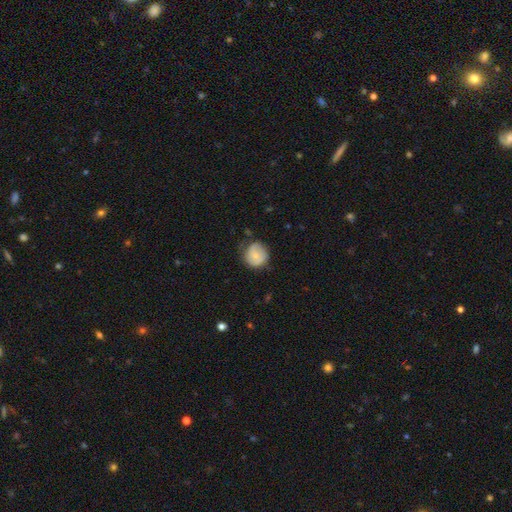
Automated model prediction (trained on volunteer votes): smooth-or-featured: smooth: 61% | featured or disk: 32% | star or artifact: 7%
  how-rounded: round: 84% | in between: 15% | cigar-shaped: 1%
  merging: none: 62% | minor disturbance: 28% | major disturbance: 8% | merger: 1%